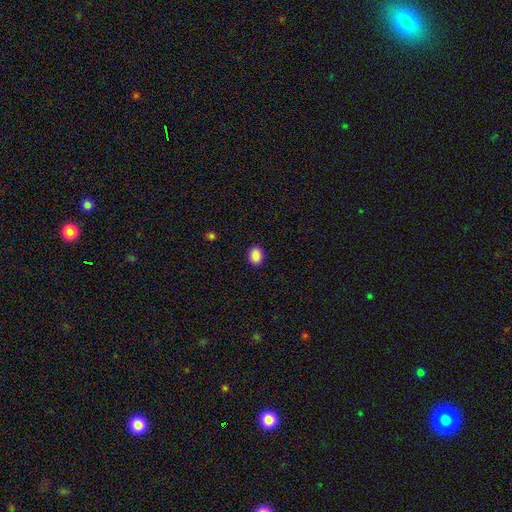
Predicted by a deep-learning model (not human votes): Smooth or featured: smooth — 89% (star or artifact — 8%)
How rounded: in between — 55% (round — 44%)
Merging: none — 90% (minor disturbance — 7%)